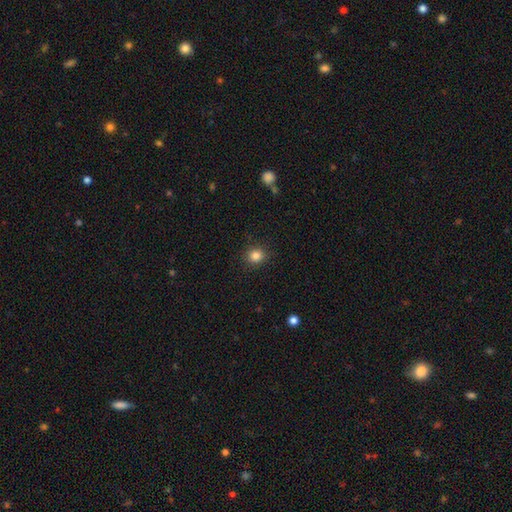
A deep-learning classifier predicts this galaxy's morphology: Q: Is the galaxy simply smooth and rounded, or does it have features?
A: smooth — 85%.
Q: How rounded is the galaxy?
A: round — 79%.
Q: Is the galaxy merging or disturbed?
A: none — 89%.